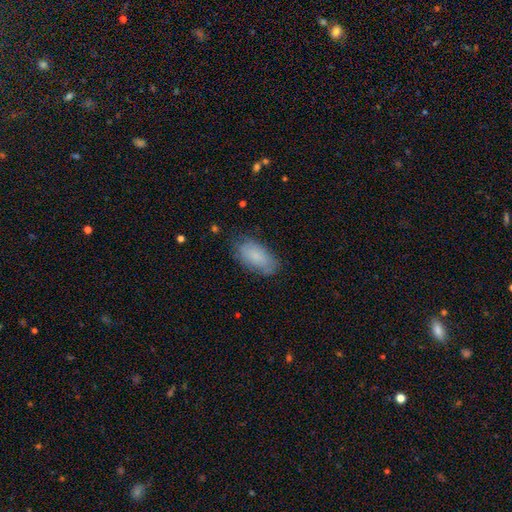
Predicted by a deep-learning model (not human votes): A smooth galaxy with no disk features (81%) that is in between round and cigar-shaped (92%). Merging: none (77%).